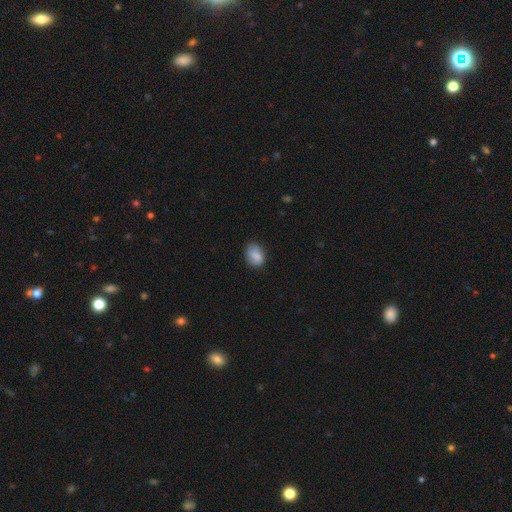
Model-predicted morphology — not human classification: This appears to be a smooth galaxy with no disk features (85%) that is in between round and cigar-shaped (72%). Merging: none (73%).